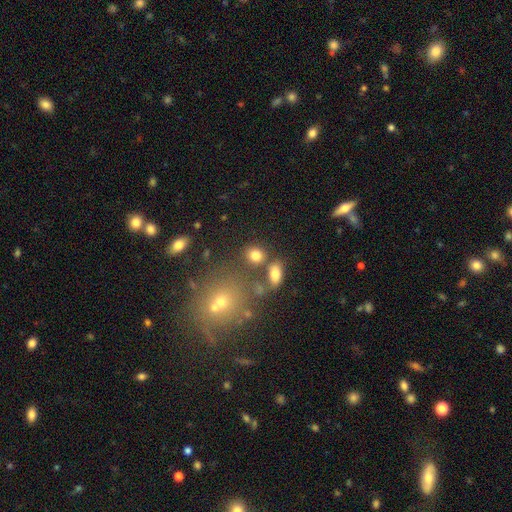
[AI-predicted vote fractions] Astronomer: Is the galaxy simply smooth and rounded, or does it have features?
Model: smooth — 77%.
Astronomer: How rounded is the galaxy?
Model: round — 62%.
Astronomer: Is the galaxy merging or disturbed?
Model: none — 68%.